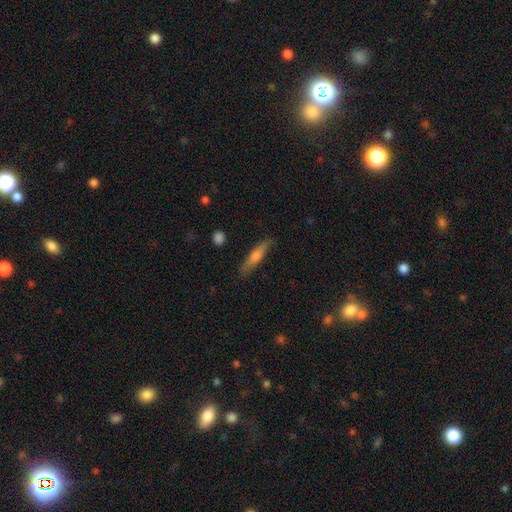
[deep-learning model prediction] A smooth galaxy with no disk features (54%) that is cigar-shaped (86%).

Vote fractions:
- Smooth or featured? smooth: 54% / featured or disk: 39% / star or artifact: 7%
- How rounded? cigar-shaped: 86% / in between: 12% / round: 2%
- Merging? none: 83% / minor disturbance: 13% / major disturbance: 3% / merger: 2%